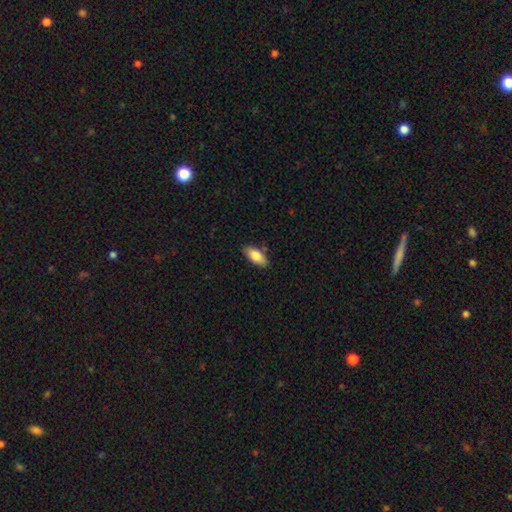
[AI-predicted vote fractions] This is clearly a smooth galaxy (80%). How rounded: clearly in between (85%). Merging: clearly none (83%).